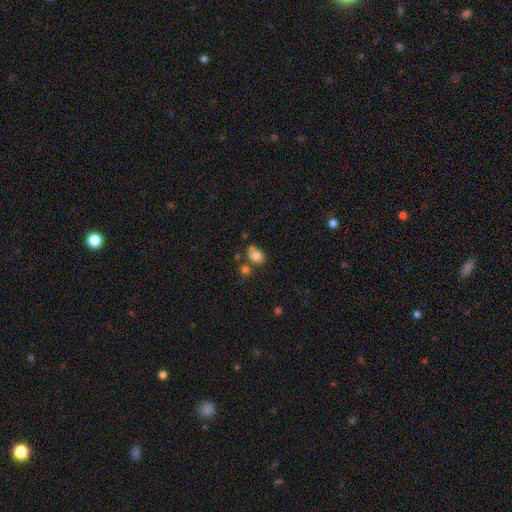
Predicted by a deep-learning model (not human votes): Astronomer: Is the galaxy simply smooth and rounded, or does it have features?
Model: smooth — 80%.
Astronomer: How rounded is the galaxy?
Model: in between — 72%.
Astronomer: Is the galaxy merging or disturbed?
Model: none — 53%.